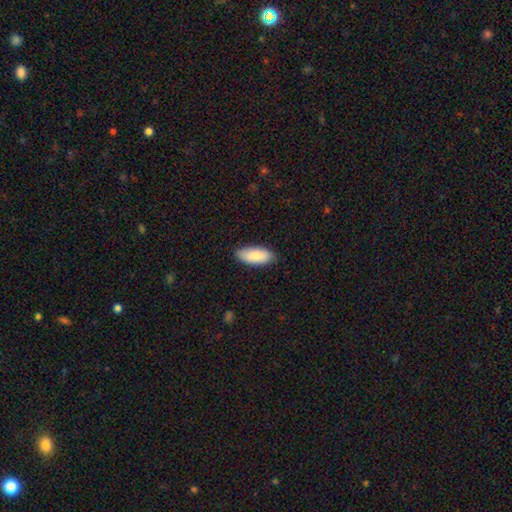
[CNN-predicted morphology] type=smooth (87%); roundness=in between (86%); merging=none (86%).